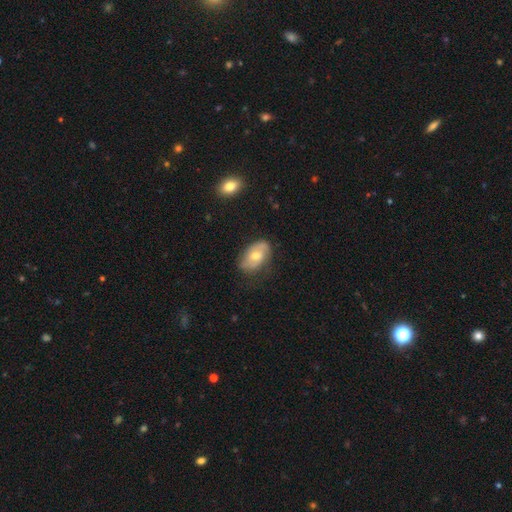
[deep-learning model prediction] Smooth or featured? featured or disk (47%)
Merging? none (69%)